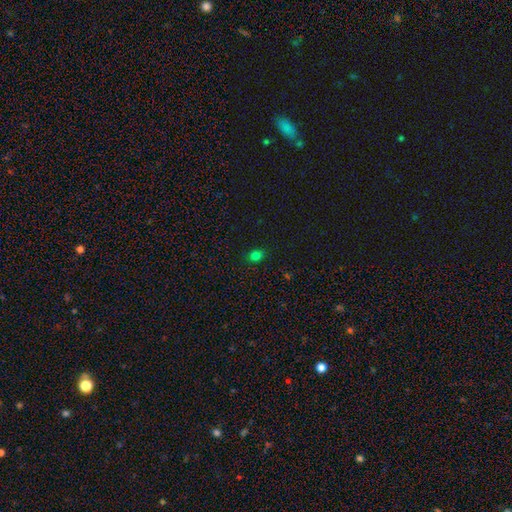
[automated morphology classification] The model was most divided on "how rounded": round: 51%, in between: 48%, cigar-shaped: 1%. More confident: merging — none (86%); smooth or featured — smooth (78%).